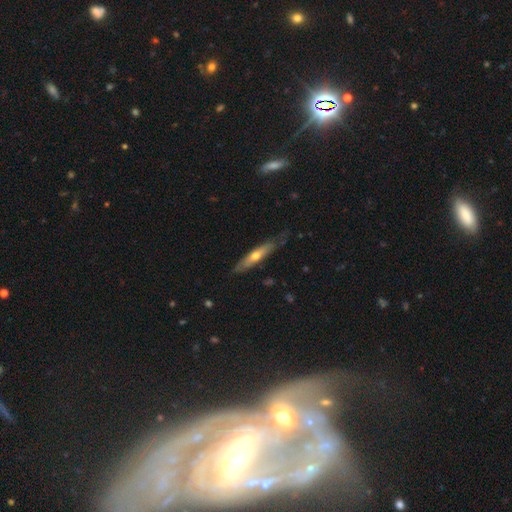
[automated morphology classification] Smooth or featured?
  - featured or disk: 49% *
  - smooth: 46%
  - star or artifact: 5%
Merging?
  - none: 68% *
  - minor disturbance: 24%
  - major disturbance: 6%
  - merger: 2%